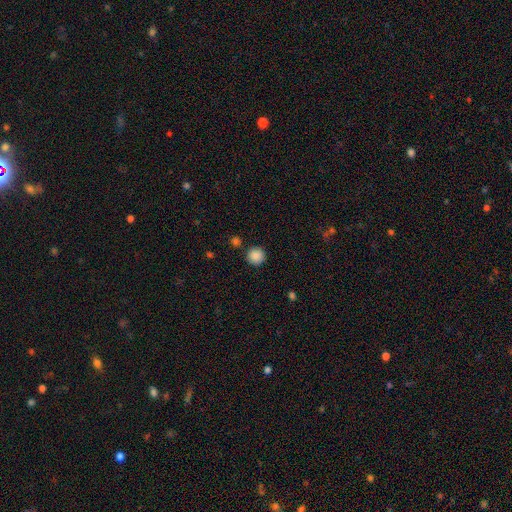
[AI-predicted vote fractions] smooth 88%, star or artifact 9%, featured or disk 3%. Down the decision tree: how rounded — round (94%); merging — none (86%).